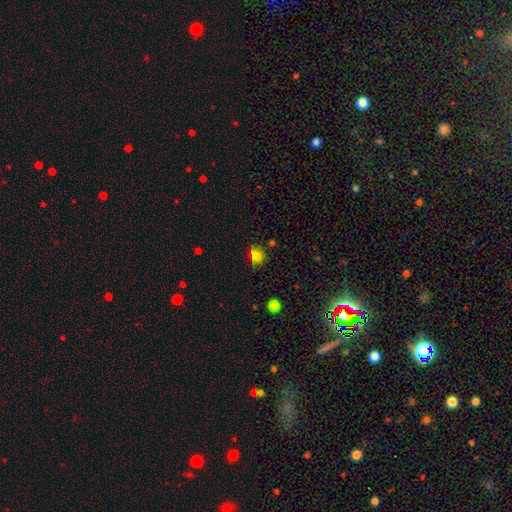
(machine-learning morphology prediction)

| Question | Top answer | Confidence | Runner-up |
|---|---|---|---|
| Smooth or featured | smooth | 73% | star or artifact (20%) |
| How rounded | round | 54% | in between (45%) |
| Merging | none | 68% | minor disturbance (21%) |